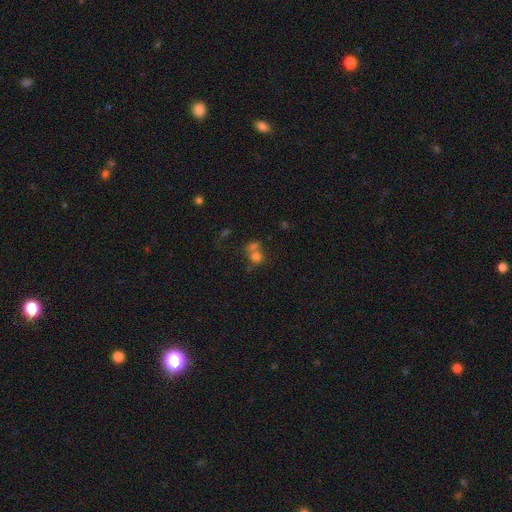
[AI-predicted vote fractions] This is likely a smooth galaxy (71%). How rounded: likely round (78%). Merging: possibly merger (47%).